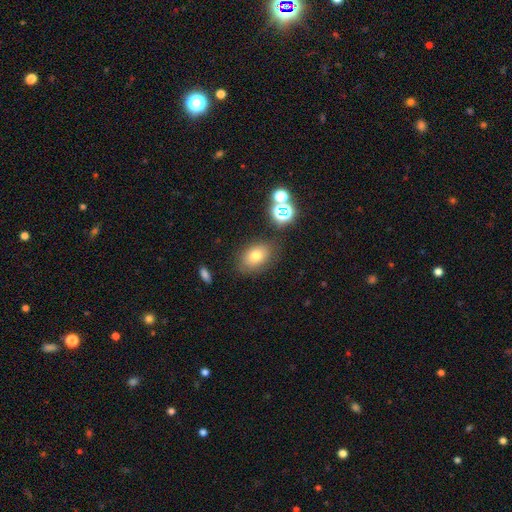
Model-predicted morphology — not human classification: smooth-or-featured: smooth: 73% | star or artifact: 14% | featured or disk: 14%
  how-rounded: in between: 78% | round: 21% | cigar-shaped: 1%
  merging: none: 78% | minor disturbance: 13% | major disturbance: 4% | merger: 4%